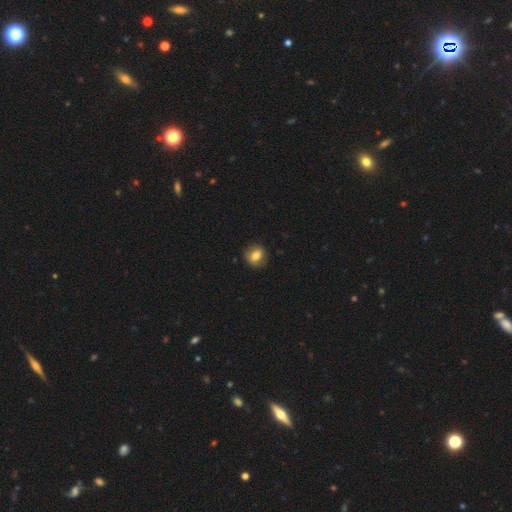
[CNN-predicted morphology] smooth 73%, featured or disk 17%, star or artifact 9%. Down the decision tree: how rounded — round (73%); merging — none (85%).